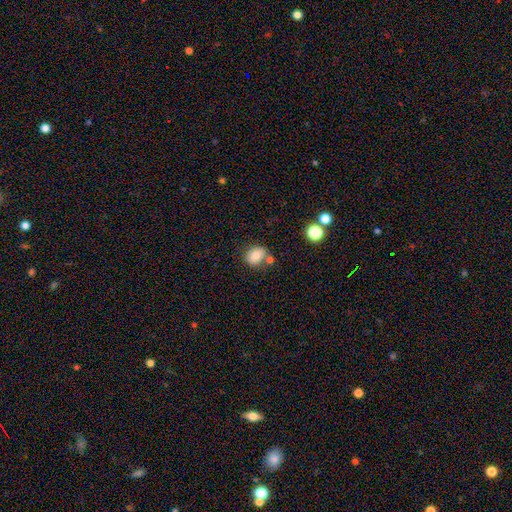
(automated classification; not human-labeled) Overall: smooth (79%). How rounded: round (53%; in between 46%). Merging: none (65%).